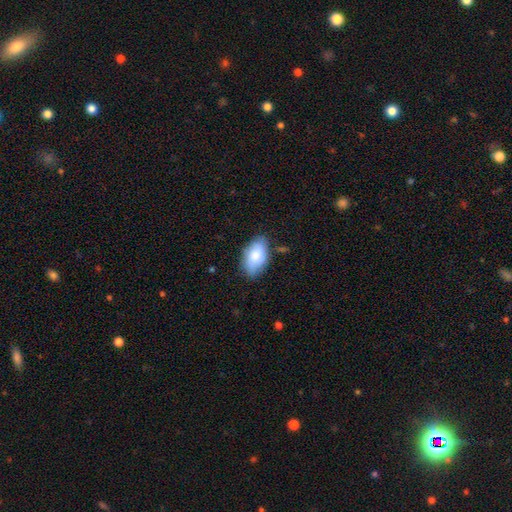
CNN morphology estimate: smooth 77%, featured or disk 16%, star or artifact 6%. Down the decision tree: how rounded — in between (93%); merging — none (77%).